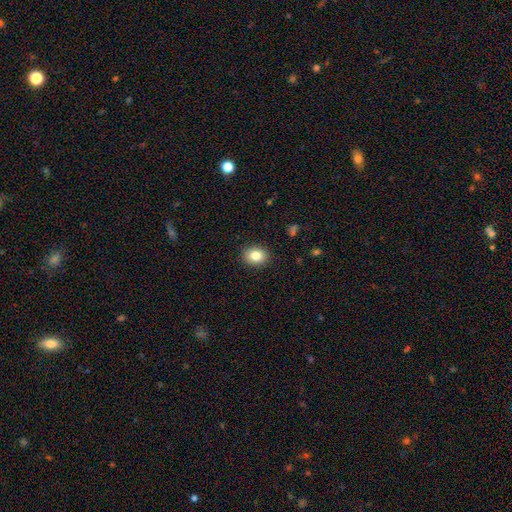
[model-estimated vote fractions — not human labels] The model was most divided on "how rounded": in between: 52%, round: 47%, cigar-shaped: 1%. More confident: merging — none (90%); smooth or featured — smooth (83%).